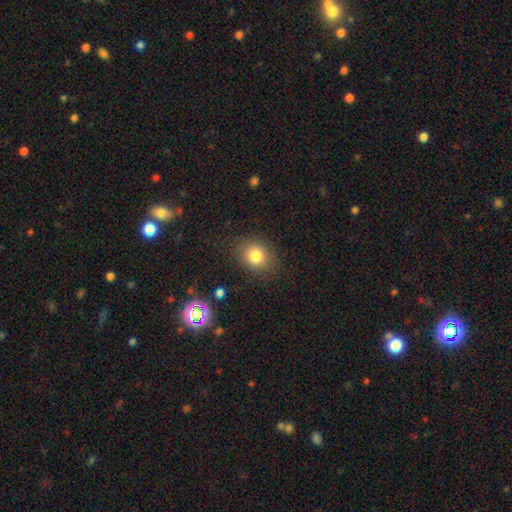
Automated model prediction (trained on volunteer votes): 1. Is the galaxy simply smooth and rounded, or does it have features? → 81% smooth, 11% star or artifact, 8% featured or disk.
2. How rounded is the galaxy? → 61% round, 38% in between, 1% cigar-shaped.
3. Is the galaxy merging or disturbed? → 82% none, 12% minor disturbance, 4% major disturbance, 2% merger.